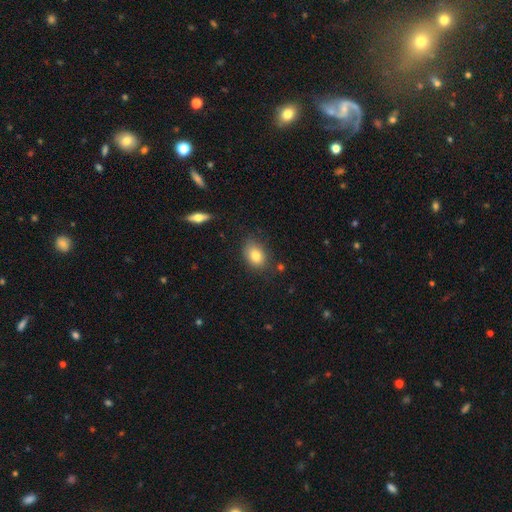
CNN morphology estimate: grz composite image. It shows a smooth galaxy with no disk features (79%) that is in between round and cigar-shaped (70%). Merging: none (75%).